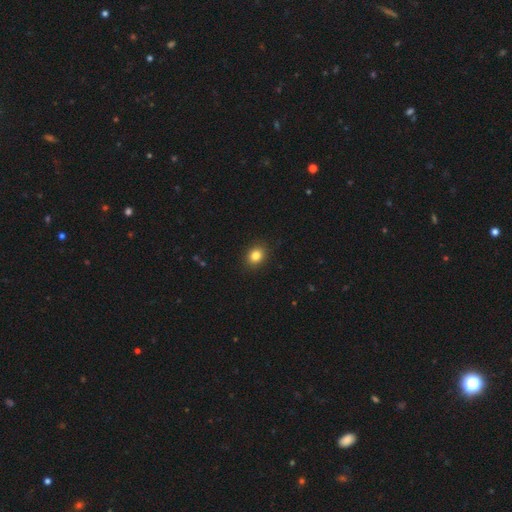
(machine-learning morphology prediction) Smooth or featured? smooth (83%)
How rounded? round (53%)
Merging? none (90%)